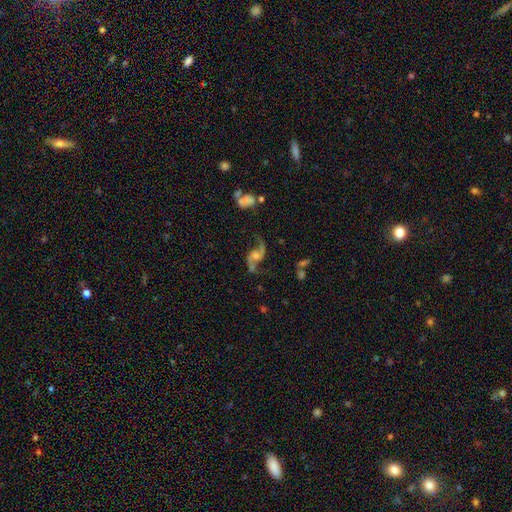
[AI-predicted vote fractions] A featured or disk galaxy (87%) with no bar (59%), 2 (93%) loose (77%) spiral arms (96%) and a moderate central bulge (44%).

Vote fractions:
- Smooth or featured? featured or disk: 87% / star or artifact: 7% / smooth: 6%
- Edge-on disk? no: 97% / yes: 3%
- Bar? no: 59% / weak: 31% / strong: 10%
- Spiral arms? yes: 96% / no: 4%
- Spiral winding? loose: 77% / medium: 19% / tight: 4%
- Spiral arm count? 2: 93% / 1: 2% / can't tell: 2% / 3: 1% / 4: 1% / more than 4: 1%
- Bulge size? moderate: 44% / small: 38% / none: 10% / large: 6% / dominant: 2%
- Merging? none: 72% / minor disturbance: 14% / major disturbance: 10% / merger: 4%